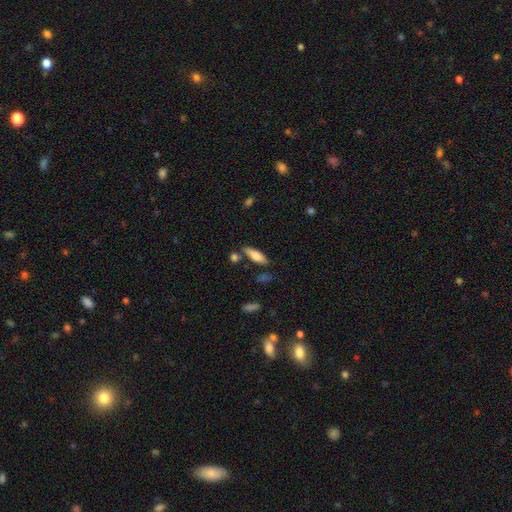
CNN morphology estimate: Smooth or featured: smooth — 77% (featured or disk — 16%)
How rounded: in between — 55% (cigar-shaped — 43%)
Merging: none — 73% (minor disturbance — 15%)